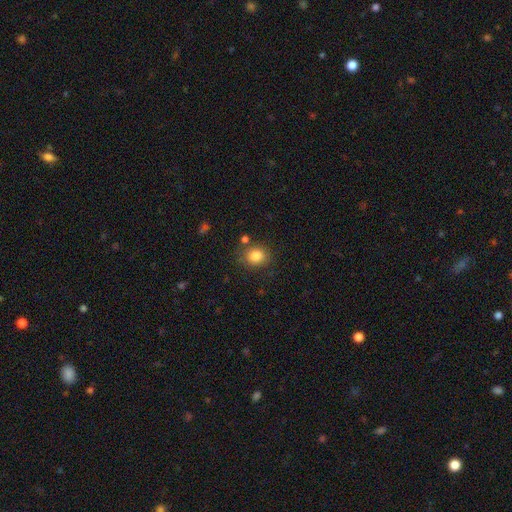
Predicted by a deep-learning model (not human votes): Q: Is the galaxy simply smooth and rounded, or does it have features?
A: smooth — 84%.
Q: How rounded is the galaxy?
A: round — 68%.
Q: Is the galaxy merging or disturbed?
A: none — 79%.